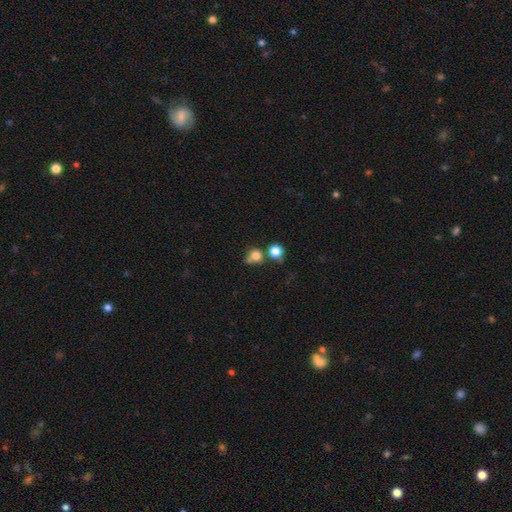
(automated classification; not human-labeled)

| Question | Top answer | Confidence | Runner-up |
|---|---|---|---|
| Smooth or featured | smooth | 77% | star or artifact (14%) |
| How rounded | round | 86% | in between (13%) |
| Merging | none | 51% | merger (30%) |